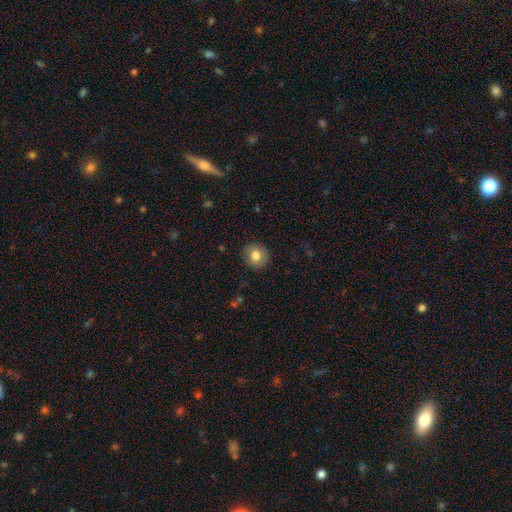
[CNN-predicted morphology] type=smooth (78%); roundness=round (85%); merging=none (87%).